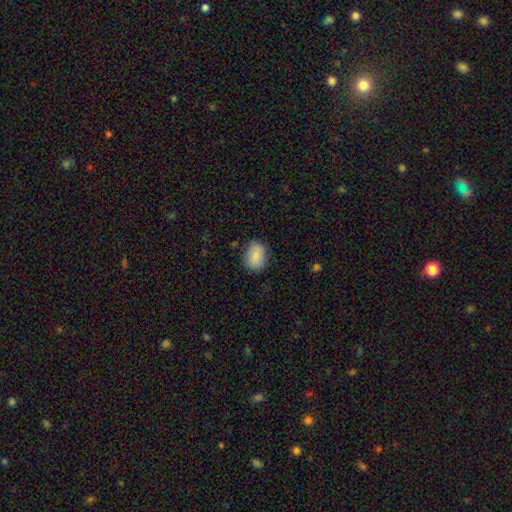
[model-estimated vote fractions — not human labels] Smooth or featured? Predicted: smooth (p=0.83). How rounded? Predicted: in between (p=0.64). Merging? Predicted: none (p=0.80).